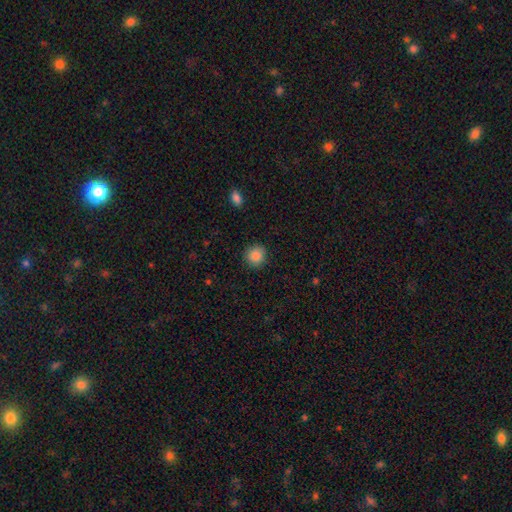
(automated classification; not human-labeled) The model was most divided on "smooth or featured": smooth: 87%, star or artifact: 9%, featured or disk: 4%. More confident: how rounded — round (90%); merging — none (89%).